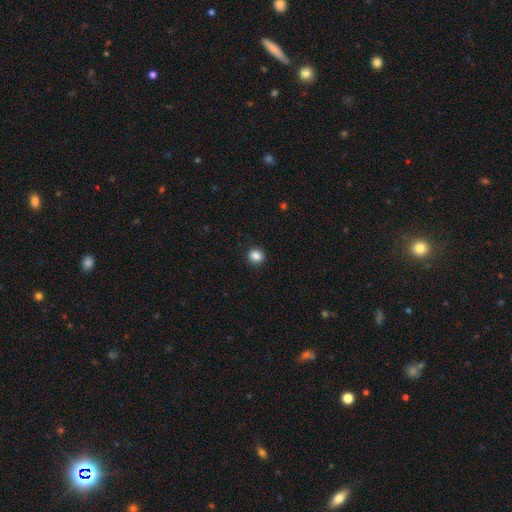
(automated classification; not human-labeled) A smooth galaxy with no disk features (87%) that is round (80%). Merging: none (90%).